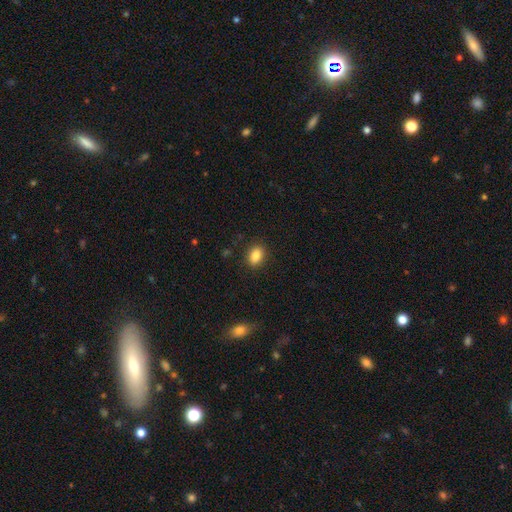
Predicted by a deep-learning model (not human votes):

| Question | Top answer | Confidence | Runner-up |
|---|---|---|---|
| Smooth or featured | smooth | 86% | star or artifact (9%) |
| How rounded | in between | 76% | round (22%) |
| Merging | none | 88% | minor disturbance (8%) |